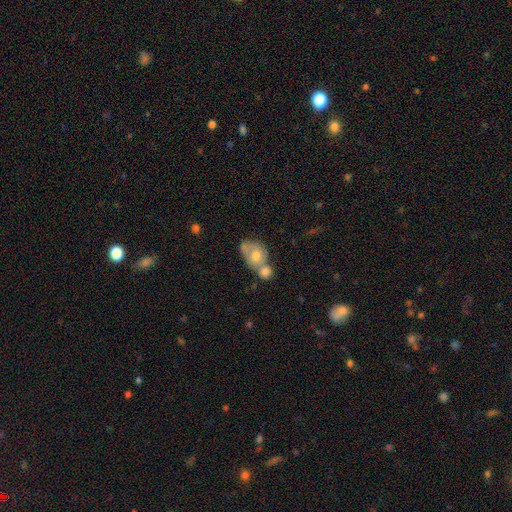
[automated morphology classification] Smooth or featured: smooth — 56% (featured or disk — 34%)
How rounded: in between — 59% (round — 39%)
Merging: merger — 56% (none — 25%)